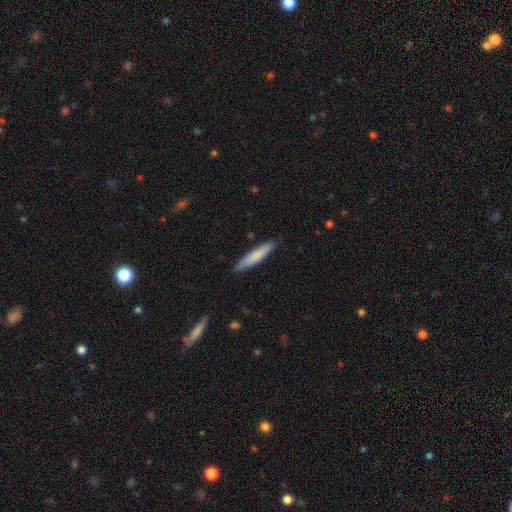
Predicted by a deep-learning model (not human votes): Smooth or featured: smooth — 78% (featured or disk — 17%)
How rounded: cigar-shaped — 90% (in between — 9%)
Merging: none — 88% (minor disturbance — 9%)